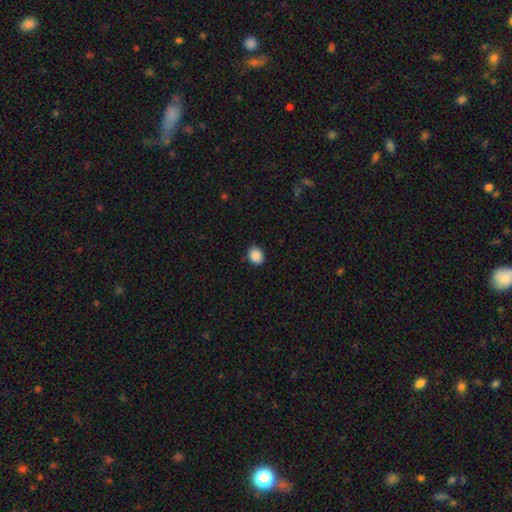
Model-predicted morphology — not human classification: type=smooth (89%); roundness=in between (53%); merging=none (87%).